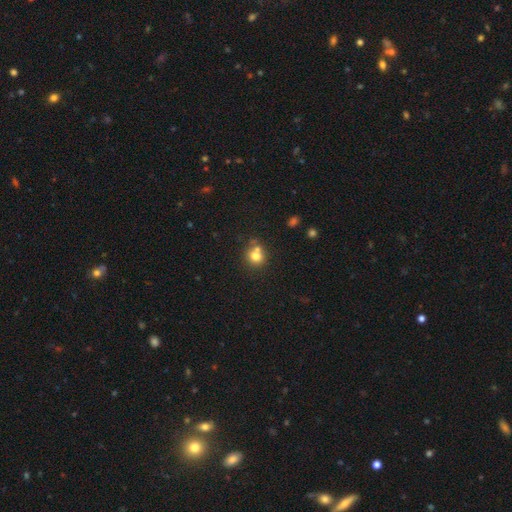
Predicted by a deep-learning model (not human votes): This is likely a smooth galaxy (76%). How rounded: clearly round (84%). Merging: possibly none (56%).